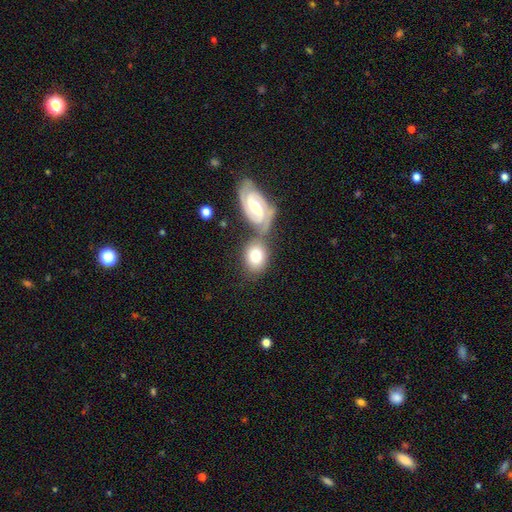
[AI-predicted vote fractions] The model was most divided on "merging": none: 46%, merger: 37%, minor disturbance: 13%, major disturbance: 4%. More confident: smooth or featured — smooth (66%); how rounded — in between (64%).